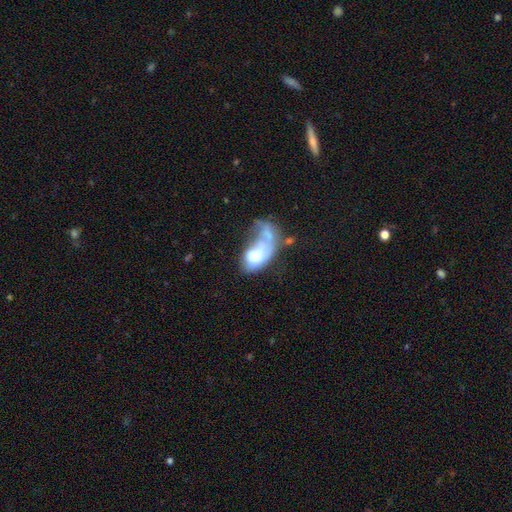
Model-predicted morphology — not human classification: This is possibly a smooth galaxy (47%). Merging: possibly major disturbance (46%).